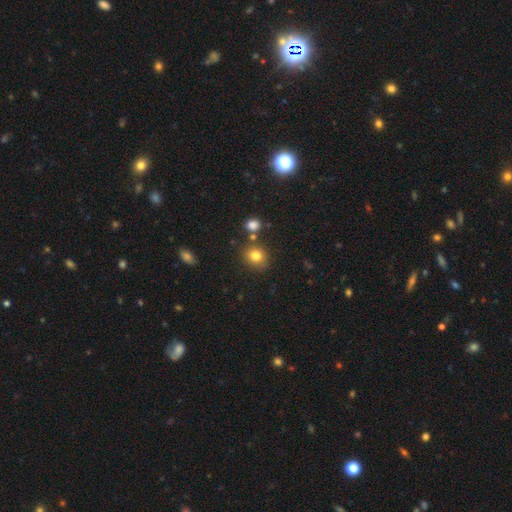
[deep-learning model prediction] smooth 80%, star or artifact 12%, featured or disk 7%. Down the decision tree: how rounded — round (71%); merging — none (77%).